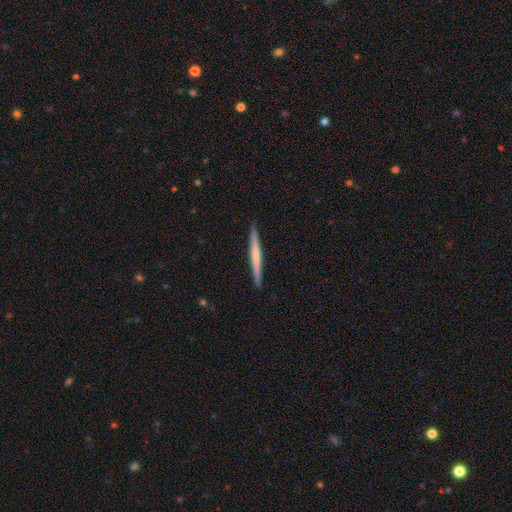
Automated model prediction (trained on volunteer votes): Overall: smooth (50%; featured or disk 45%). How rounded: cigar-shaped (97%). Merging: none (92%).